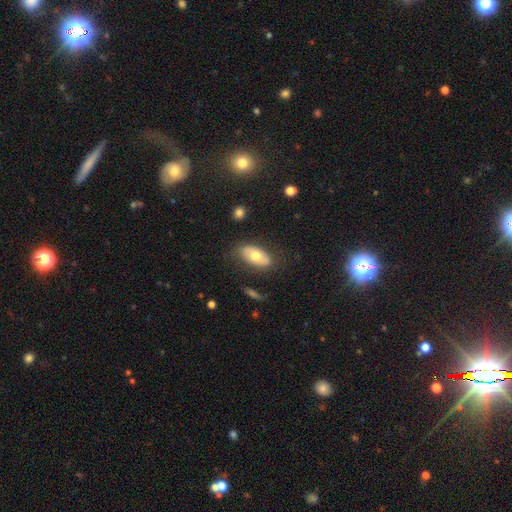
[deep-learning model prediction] Smooth or featured? smooth (61%)
How rounded? in between (91%)
Merging? none (76%)